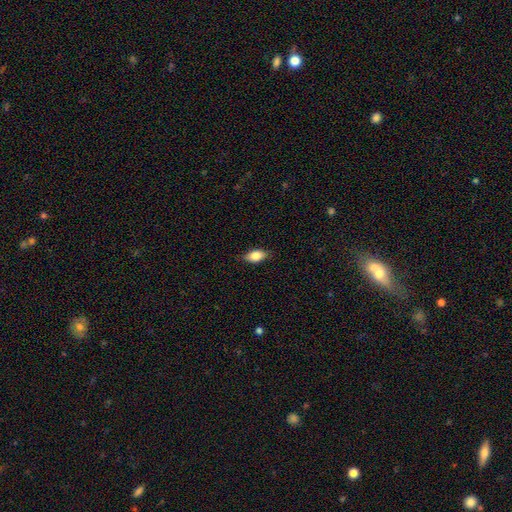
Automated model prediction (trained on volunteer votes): Morphology: type=smooth (83%); roundness=in between (88%); merging=none (83%).